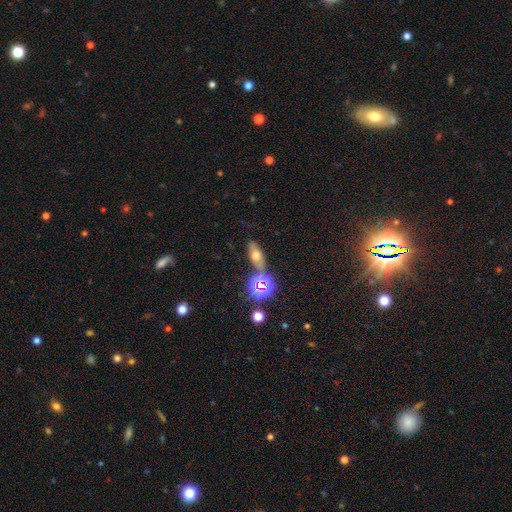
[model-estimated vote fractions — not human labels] smooth_or_featured: smooth (p=0.50) [alt: featured or disk p=0.28]
how_rounded: in between (p=0.69) [alt: round p=0.16]
merging: none (p=0.74) [alt: minor disturbance p=0.13]